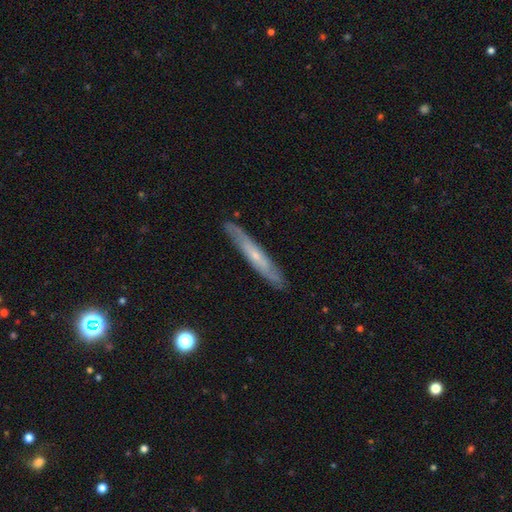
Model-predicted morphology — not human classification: smooth_or_featured: featured or disk (p=0.62) [alt: smooth p=0.32]
disk_edge_on: yes (p=0.73) [alt: no p=0.27]
merging: none (p=0.86) [alt: minor disturbance p=0.11]